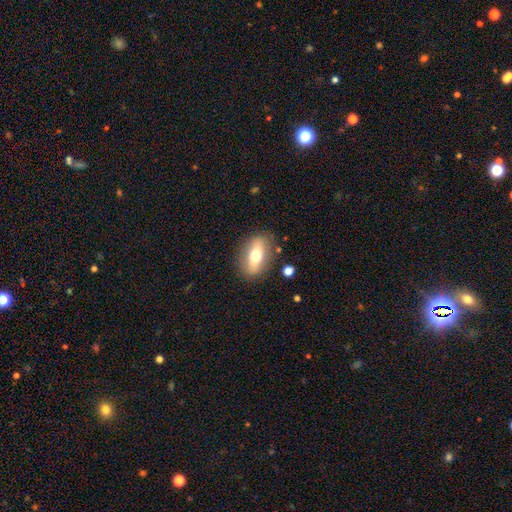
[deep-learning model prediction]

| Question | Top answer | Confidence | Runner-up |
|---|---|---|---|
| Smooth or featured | smooth | 59% | featured or disk (34%) |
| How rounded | in between | 79% | cigar-shaped (14%) |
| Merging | none | 83% | minor disturbance (11%) |